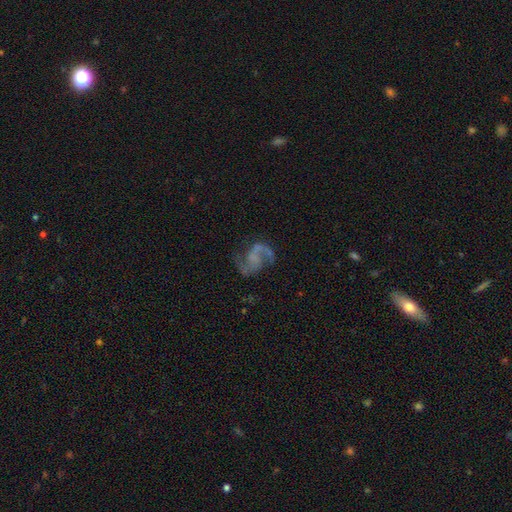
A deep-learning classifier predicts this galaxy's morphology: featured or disk 85%, star or artifact 7%, smooth 7%. Down the decision tree: edge-on disk — no (98%); bar — no (53%); spiral arms — yes (95%); spiral arm count — 2 (90%); spiral winding — loose (54%); bulge size — none (64%); merging — none (68%).